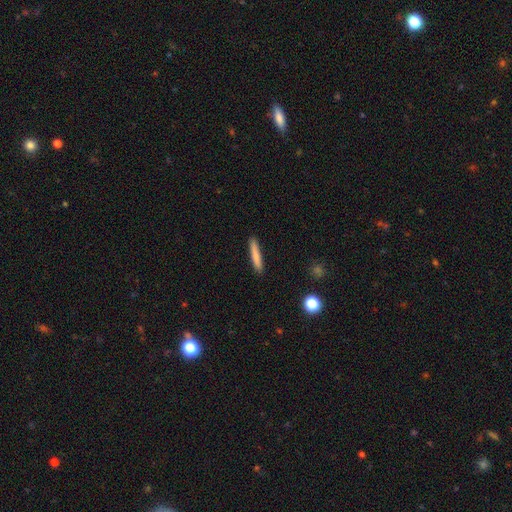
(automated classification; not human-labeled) smooth-or-featured: smooth: 81% | featured or disk: 13% | star or artifact: 6%
  how-rounded: cigar-shaped: 94% | in between: 5% | round: 1%
  merging: none: 90% | minor disturbance: 7% | major disturbance: 2% | merger: 1%